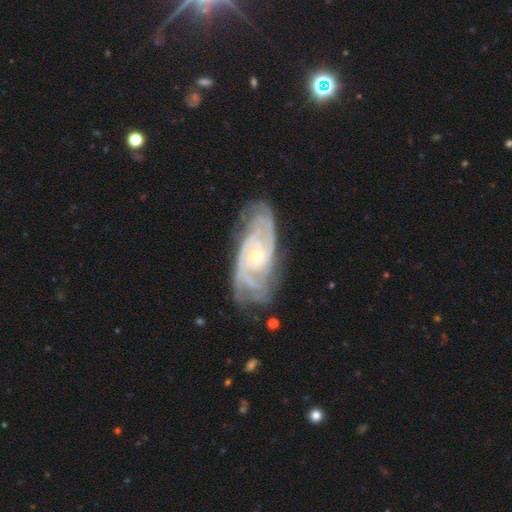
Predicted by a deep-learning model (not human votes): smooth_or_featured: featured or disk (p=0.90) [alt: smooth p=0.05]
disk_edge_on: no (p=0.94) [alt: yes p=0.06]
bar: no (p=0.68) [alt: weak p=0.25]
has_spiral_arms: yes (p=0.97) [alt: no p=0.03]
spiral_winding: tight (p=0.67) [alt: medium p=0.28]
spiral_arm_count: can't tell (p=0.26) [alt: 2 p=0.24]
bulge_size: small (p=0.67) [alt: moderate p=0.30]
merging: none (p=0.71) [alt: minor disturbance p=0.20]